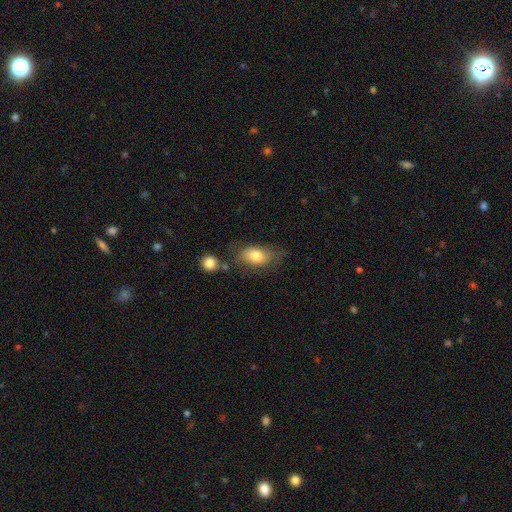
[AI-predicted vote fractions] Overall: smooth (77%). How rounded: in between (86%). Merging: none (56%; minor disturbance 24%).